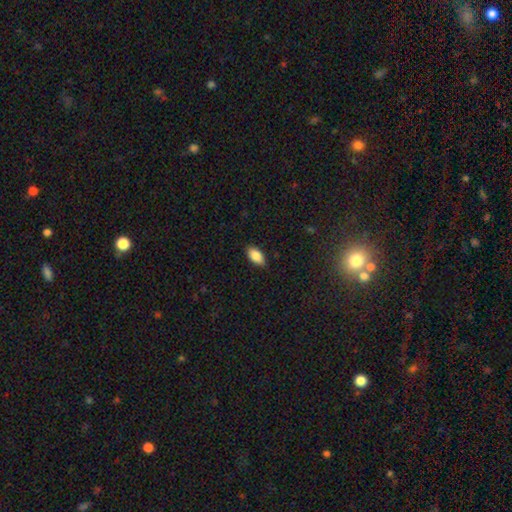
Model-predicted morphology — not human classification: Smooth or featured?
  - smooth: 86% *
  - star or artifact: 7%
  - featured or disk: 7%
How rounded?
  - in between: 92% *
  - cigar-shaped: 5%
  - round: 3%
Merging?
  - none: 87% *
  - minor disturbance: 10%
  - major disturbance: 2%
  - merger: 1%